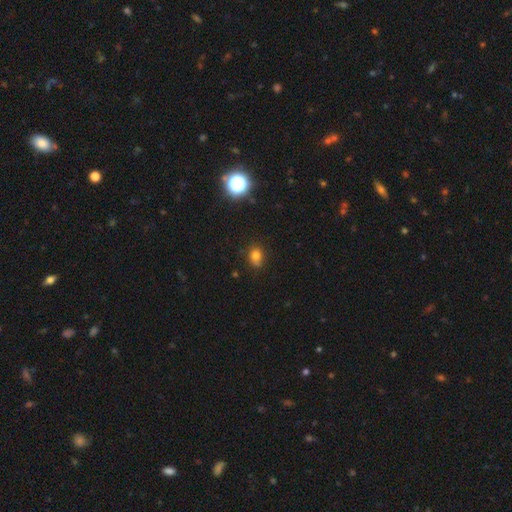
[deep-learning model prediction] The model was most divided on "how rounded": in between: 52%, round: 47%, cigar-shaped: 1%. More confident: smooth or featured — smooth (76%); merging — none (74%).